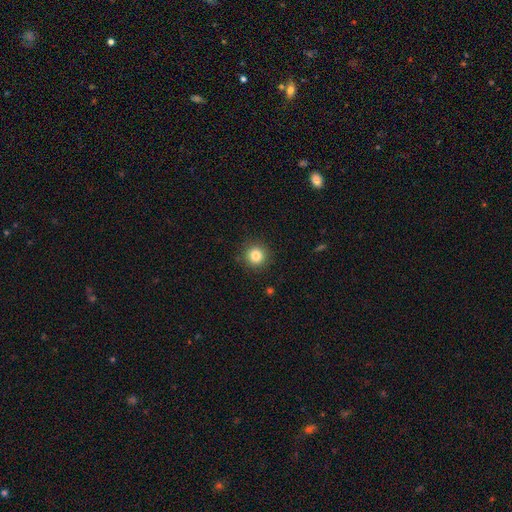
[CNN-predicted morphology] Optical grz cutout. It shows a smooth galaxy with no disk features (83%) that is round (94%). Merging: none (90%).